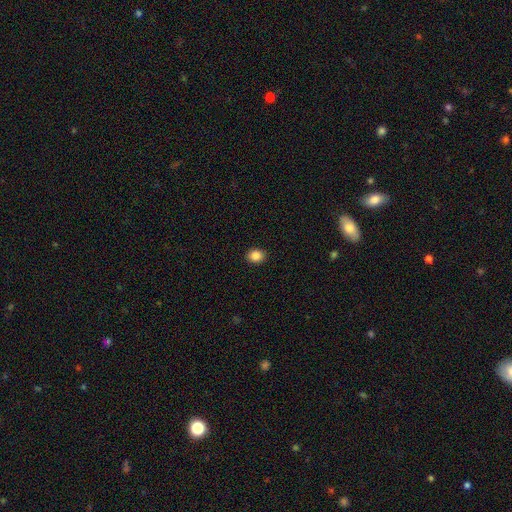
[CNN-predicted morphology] Smooth or featured? Predicted: smooth (p=0.87). How rounded? Predicted: round (p=0.62). Merging? Predicted: none (p=0.92).